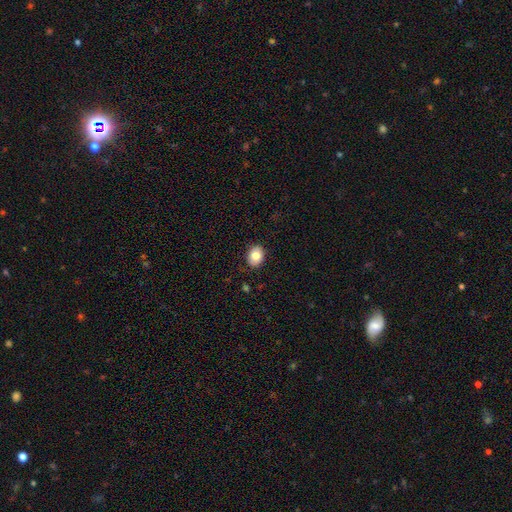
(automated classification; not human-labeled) The model was most divided on "how rounded": in between: 64%, round: 35%, cigar-shaped: 1%. More confident: merging — none (86%); smooth or featured — smooth (82%).